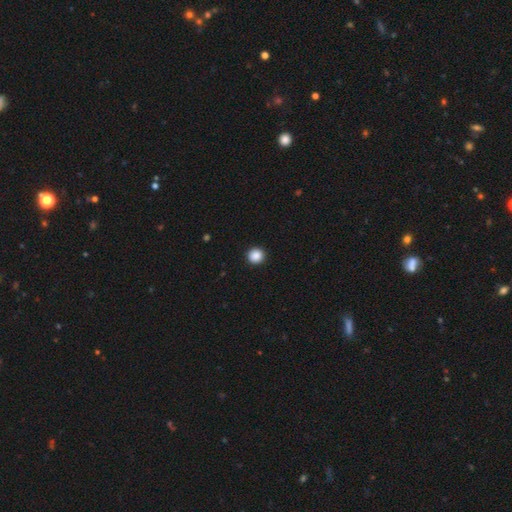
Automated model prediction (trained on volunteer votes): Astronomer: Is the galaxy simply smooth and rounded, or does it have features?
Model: smooth — 88%.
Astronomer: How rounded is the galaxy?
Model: round — 95%.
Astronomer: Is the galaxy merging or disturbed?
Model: none — 94%.